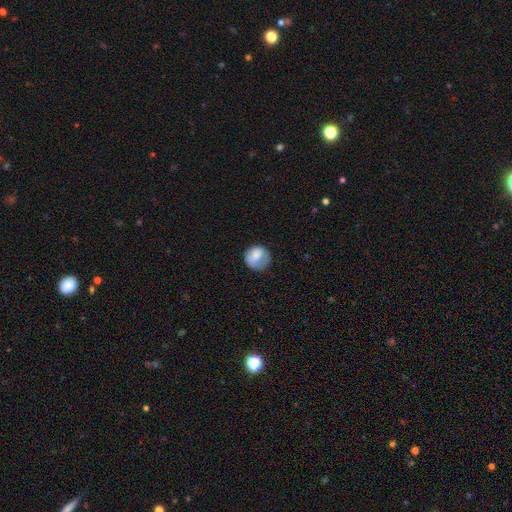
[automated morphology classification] A smooth galaxy with no disk features (76%) that is round (83%). Merging: none (61%).